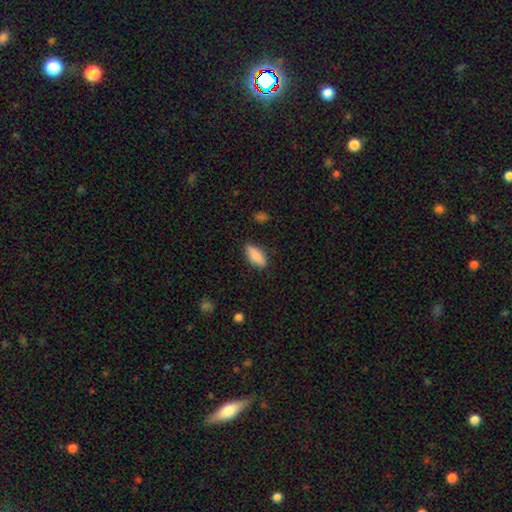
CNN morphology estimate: Smooth or featured: smooth — 86% (featured or disk — 8%)
How rounded: in between — 74% (cigar-shaped — 24%)
Merging: none — 84% (minor disturbance — 12%)